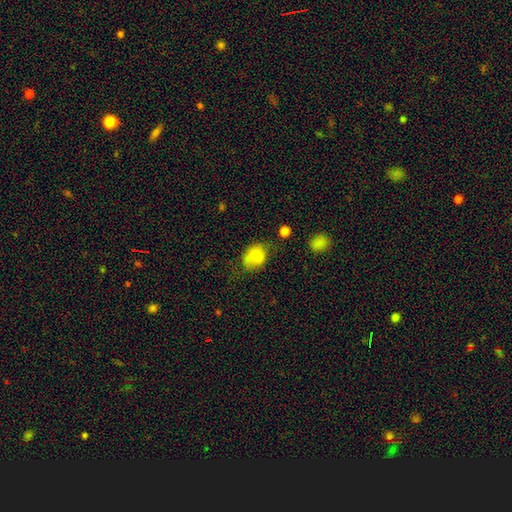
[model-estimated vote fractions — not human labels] A smooth galaxy with no disk features (71%) that is in between round and cigar-shaped (60%).

Vote fractions:
- Smooth or featured? smooth: 71% / featured or disk: 18% / star or artifact: 11%
- How rounded? in between: 60% / round: 39% / cigar-shaped: 1%
- Merging? merger: 36% / none: 35% / minor disturbance: 19% / major disturbance: 10%